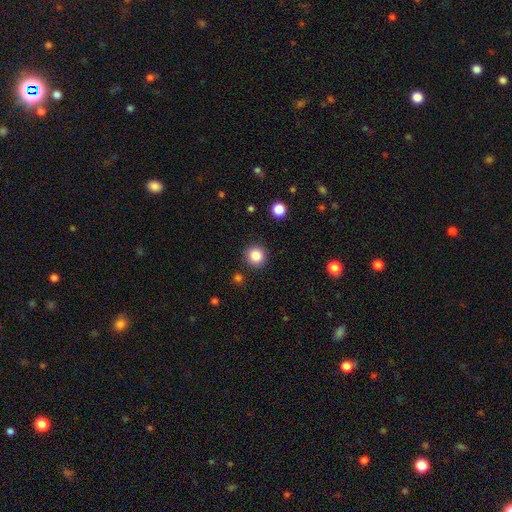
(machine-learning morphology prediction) type=smooth (85%); roundness=round (93%); merging=none (89%).